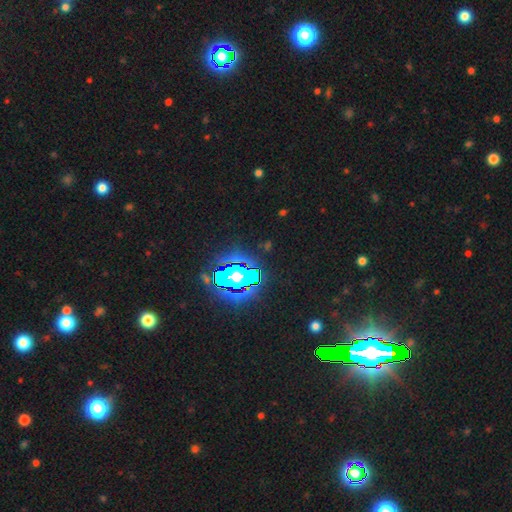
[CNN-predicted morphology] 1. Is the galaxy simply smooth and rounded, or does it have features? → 84% star or artifact, 9% smooth, 8% featured or disk.